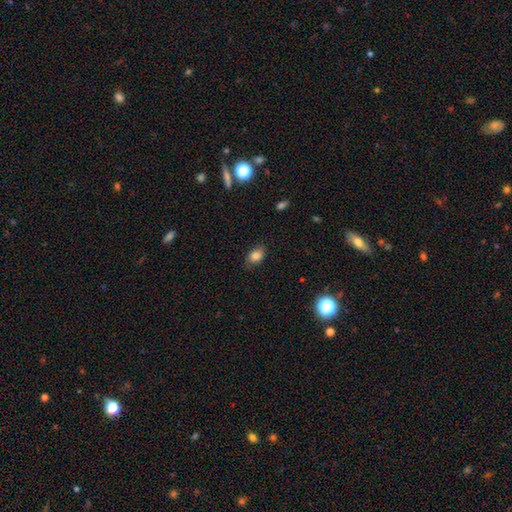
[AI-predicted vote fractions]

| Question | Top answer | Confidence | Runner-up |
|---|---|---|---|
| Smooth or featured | smooth | 81% | star or artifact (10%) |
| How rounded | in between | 81% | round (17%) |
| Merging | none | 76% | minor disturbance (19%) |